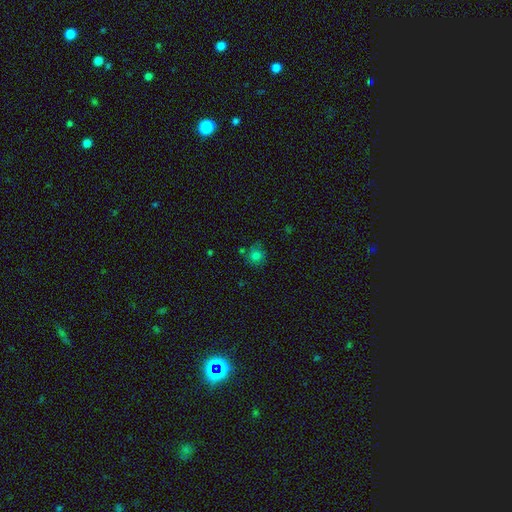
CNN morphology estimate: The model was most divided on "merging": none: 67%, minor disturbance: 20%, merger: 7%, major disturbance: 7%. More confident: how rounded — round (84%); smooth or featured — smooth (75%).